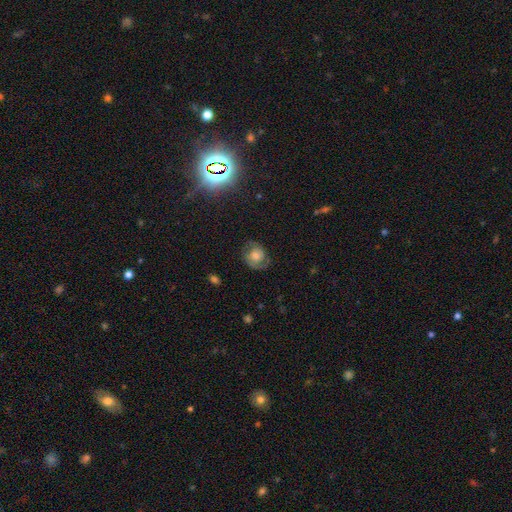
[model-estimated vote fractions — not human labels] Overall: featured or disk (60%; smooth 30%). Edge-on disk: no (97%). Bar: no (71%). Spiral arms: yes (86%). Bulge size: moderate (38%; large 33%). Merging: none (71%).